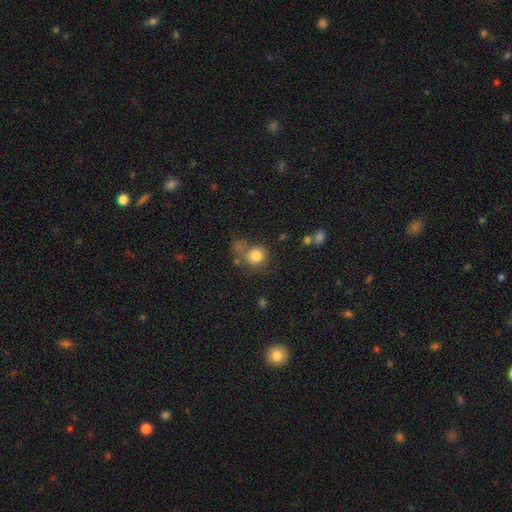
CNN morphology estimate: Smooth or featured: smooth — 81% (star or artifact — 10%)
How rounded: round — 83% (in between — 16%)
Merging: none — 54% (minor disturbance — 19%)